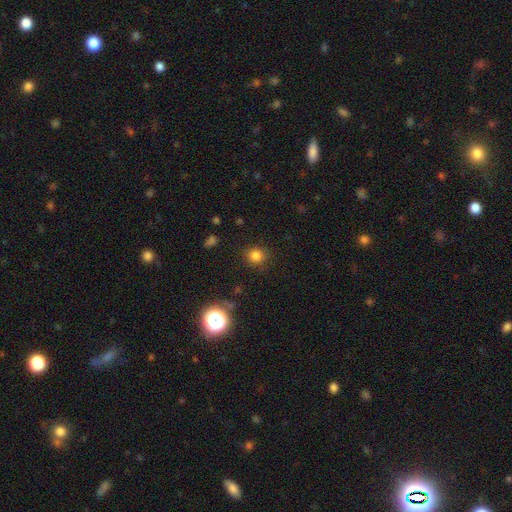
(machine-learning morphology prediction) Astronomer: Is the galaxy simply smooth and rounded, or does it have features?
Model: smooth — 79%.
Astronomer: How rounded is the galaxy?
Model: round — 87%.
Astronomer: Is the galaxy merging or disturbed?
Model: none — 87%.